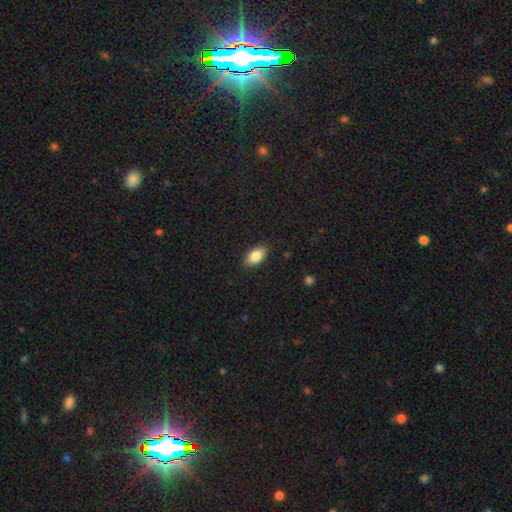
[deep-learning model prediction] Smooth or featured? smooth (85%)
How rounded? in between (93%)
Merging? none (88%)